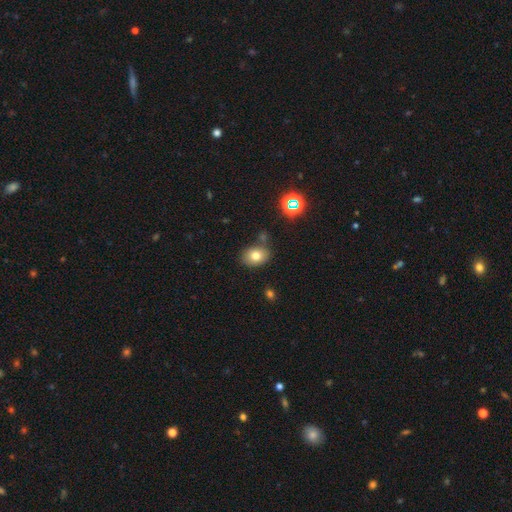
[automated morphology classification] Smooth or featured? smooth (76%)
How rounded? in between (69%)
Merging? none (74%)